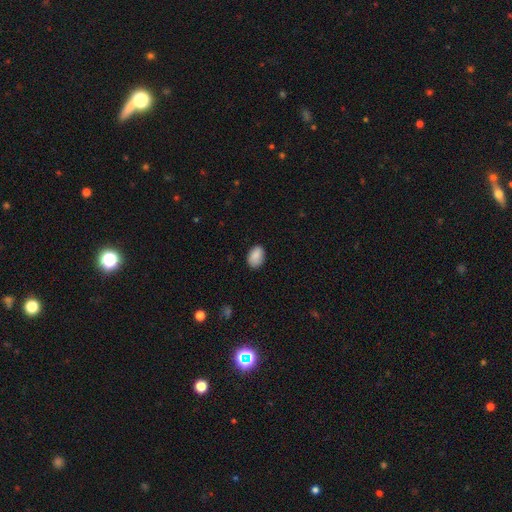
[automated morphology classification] Smooth or featured? smooth (89%)
How rounded? in between (85%)
Merging? none (82%)